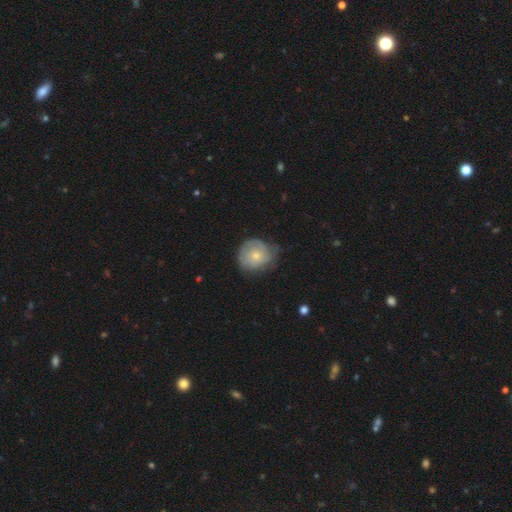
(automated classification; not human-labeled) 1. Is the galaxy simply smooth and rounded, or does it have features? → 53% smooth, 40% featured or disk, 6% star or artifact.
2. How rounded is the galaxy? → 81% round, 18% in between, 1% cigar-shaped.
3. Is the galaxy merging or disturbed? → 55% none, 32% minor disturbance, 11% major disturbance, 2% merger.